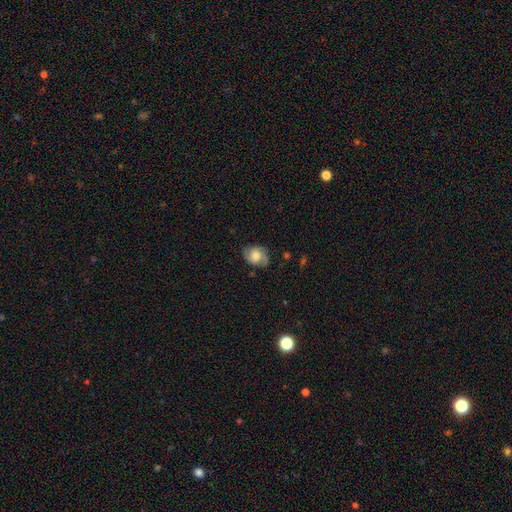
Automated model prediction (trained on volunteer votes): featured or disk 50%, smooth 41%, star or artifact 9%. Down the decision tree: merging — none (70%).